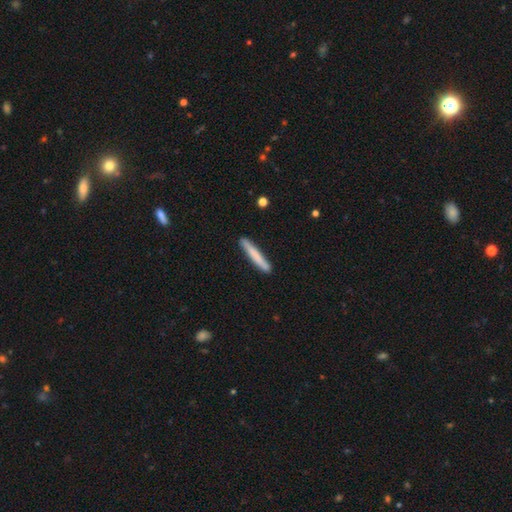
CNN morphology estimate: Q: Smooth or featured?
A: smooth (73%); runner-up: featured or disk (22%)
Q: How rounded?
A: cigar-shaped (96%); runner-up: in between (3%)
Q: Merging?
A: none (87%); runner-up: minor disturbance (10%)